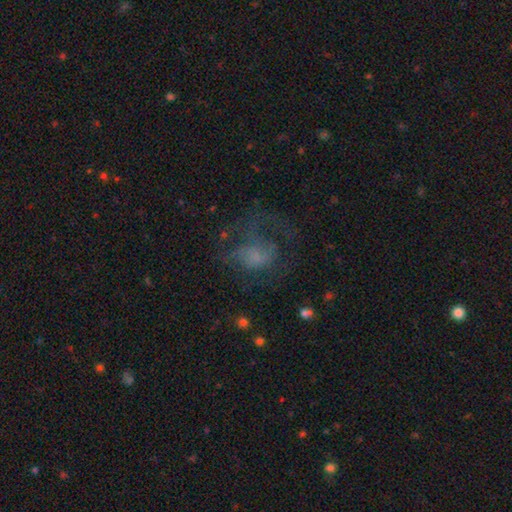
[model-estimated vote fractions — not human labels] Smooth or featured?
  - featured or disk: 43% *
  - smooth: 41%
  - star or artifact: 16%
Merging?
  - major disturbance: 45% *
  - none: 35%
  - minor disturbance: 17%
  - merger: 3%